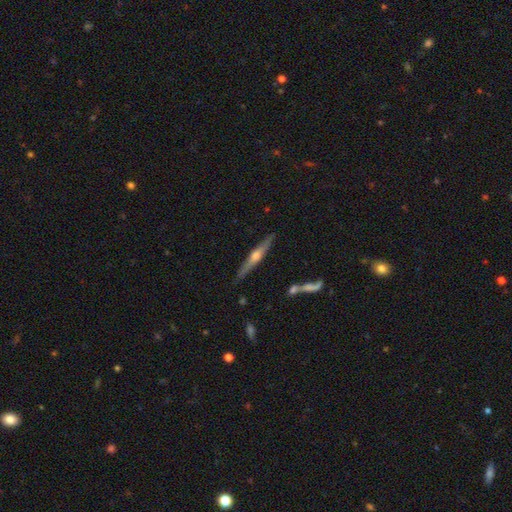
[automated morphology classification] Smooth or featured? featured or disk (75%)
Edge-on disk? yes (97%)
Edge-on bulge? rounded (91%)
Merging? none (87%)